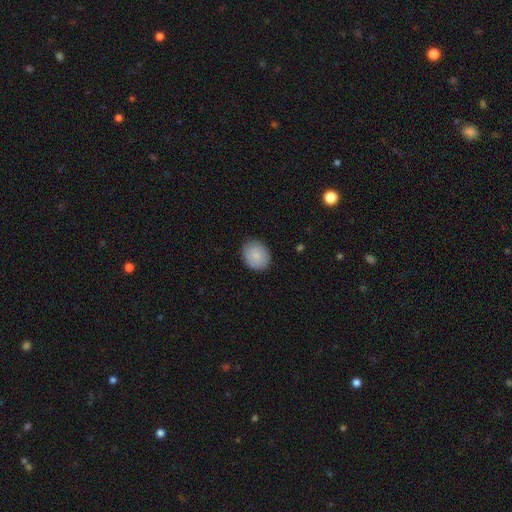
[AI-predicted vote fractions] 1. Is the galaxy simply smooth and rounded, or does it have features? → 85% smooth, 9% featured or disk, 6% star or artifact.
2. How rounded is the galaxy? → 52% round, 47% in between, 1% cigar-shaped.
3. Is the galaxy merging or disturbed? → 84% none, 12% minor disturbance, 2% major disturbance, 1% merger.